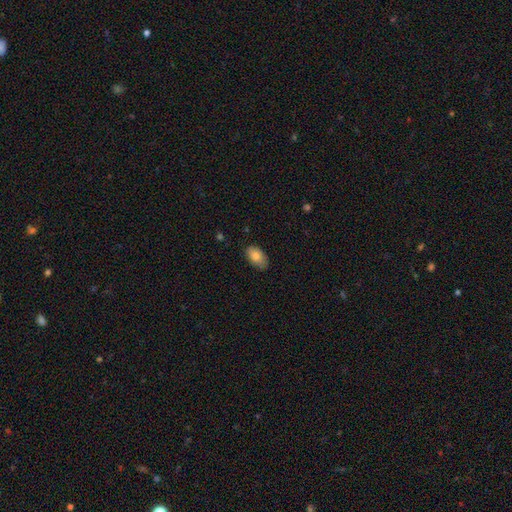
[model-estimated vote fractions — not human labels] The model was most divided on "merging": none: 80%, minor disturbance: 17%, major disturbance: 2%, merger: 1%. More confident: how rounded — in between (93%); smooth or featured — smooth (81%).